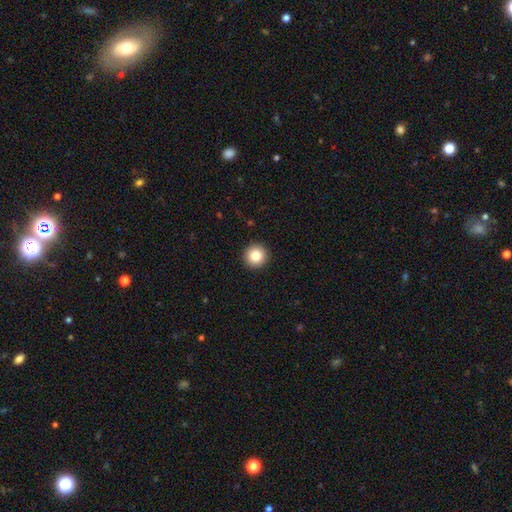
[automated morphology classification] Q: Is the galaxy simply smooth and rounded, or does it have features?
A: smooth — 84%.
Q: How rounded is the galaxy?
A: round — 96%.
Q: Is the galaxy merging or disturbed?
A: none — 93%.